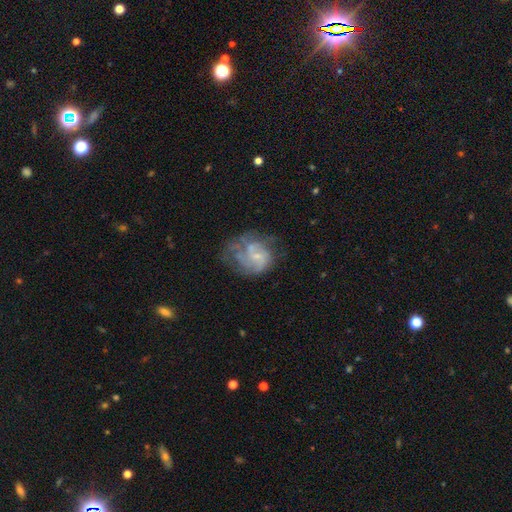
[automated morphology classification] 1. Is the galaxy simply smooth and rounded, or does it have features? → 66% featured or disk, 25% smooth, 9% star or artifact.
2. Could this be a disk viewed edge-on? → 98% no, 2% yes.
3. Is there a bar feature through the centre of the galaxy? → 64% no, 31% weak, 5% strong.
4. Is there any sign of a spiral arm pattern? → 66% yes, 34% no.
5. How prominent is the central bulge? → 58% small, 22% none, 18% moderate, 2% large, 1% dominant.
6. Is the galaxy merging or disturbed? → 42% none, 29% major disturbance, 23% minor disturbance, 6% merger.